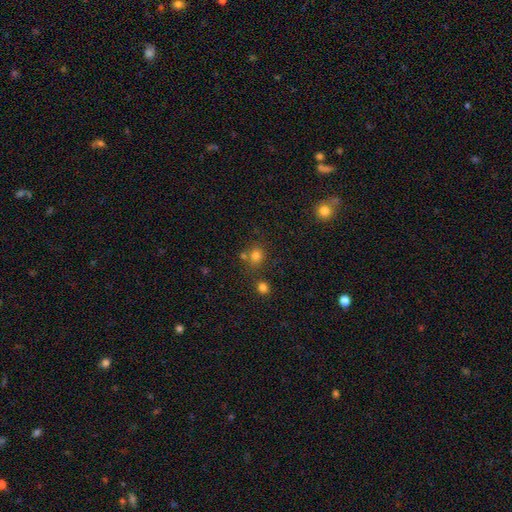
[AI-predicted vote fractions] smooth_or_featured: smooth (p=0.76) [alt: star or artifact p=0.16]
how_rounded: round (p=0.76) [alt: in between p=0.23]
merging: none (p=0.67) [alt: merger p=0.18]